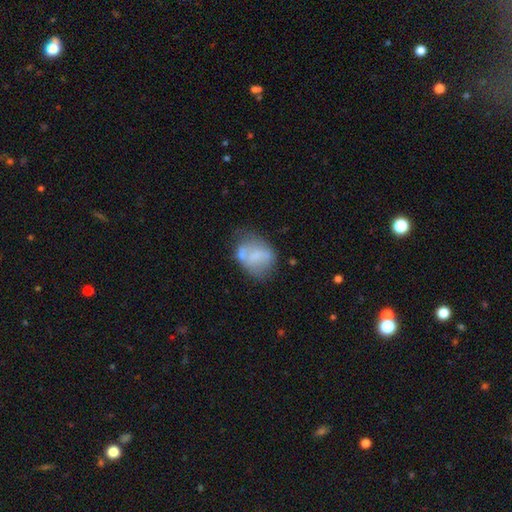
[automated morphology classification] This appears to be a smooth galaxy with no disk features (56%) that is in between round and cigar-shaped (60%). Merging: none (41%).